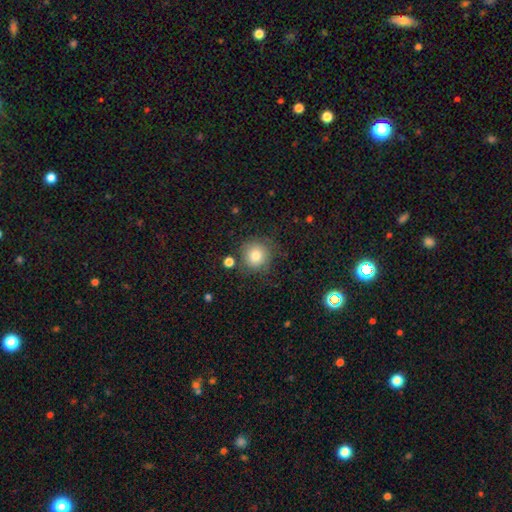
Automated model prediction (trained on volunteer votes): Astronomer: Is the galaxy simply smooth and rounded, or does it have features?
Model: smooth — 80%.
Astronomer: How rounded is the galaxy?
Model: round — 92%.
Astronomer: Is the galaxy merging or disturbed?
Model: none — 79%.